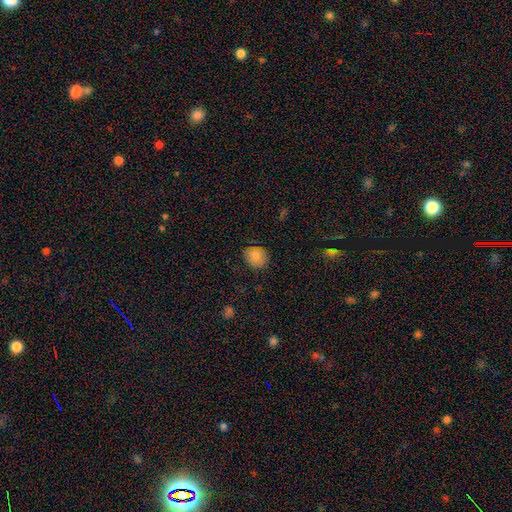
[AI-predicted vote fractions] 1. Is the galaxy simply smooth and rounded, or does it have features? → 86% smooth, 9% star or artifact, 5% featured or disk.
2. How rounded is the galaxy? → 68% round, 31% in between, 1% cigar-shaped.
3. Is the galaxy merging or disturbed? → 83% none, 14% minor disturbance, 3% major disturbance, 1% merger.